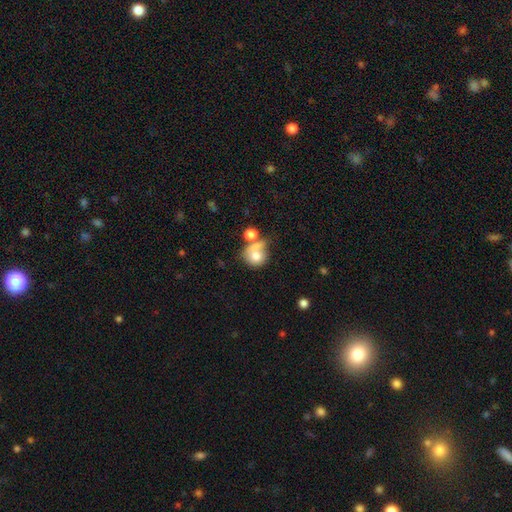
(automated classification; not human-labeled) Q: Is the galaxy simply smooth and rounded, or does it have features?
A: smooth — 70%.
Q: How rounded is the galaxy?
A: round — 74%.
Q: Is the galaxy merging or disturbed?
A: merger — 45%.